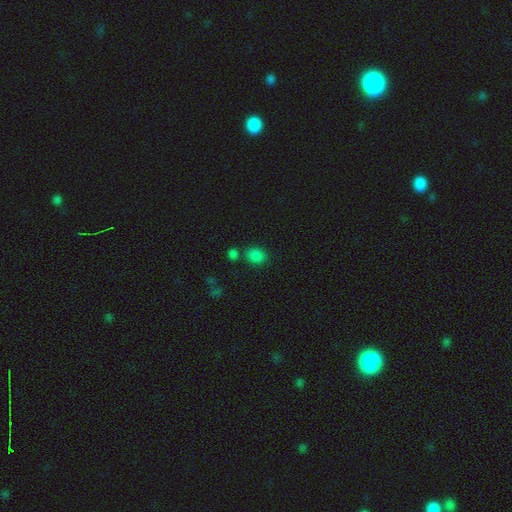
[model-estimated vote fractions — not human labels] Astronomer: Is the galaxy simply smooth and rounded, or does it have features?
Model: smooth — 81%.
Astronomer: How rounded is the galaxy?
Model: round — 54% (runner-up: in between, 45%).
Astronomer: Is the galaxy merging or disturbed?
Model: none — 71%.